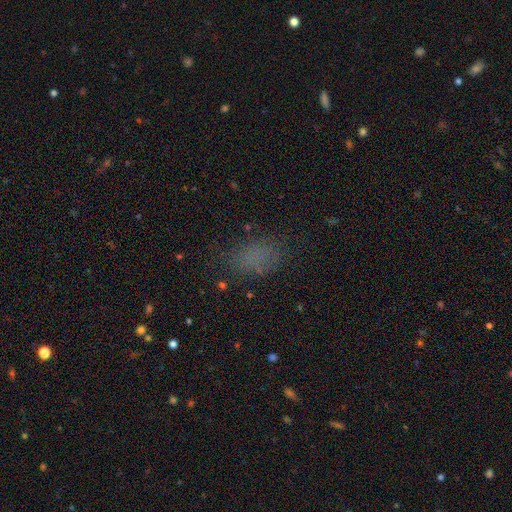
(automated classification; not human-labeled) Smooth or featured? Predicted: smooth (p=0.71). How rounded? Predicted: in between (p=0.86). Merging? Predicted: none (p=0.73).